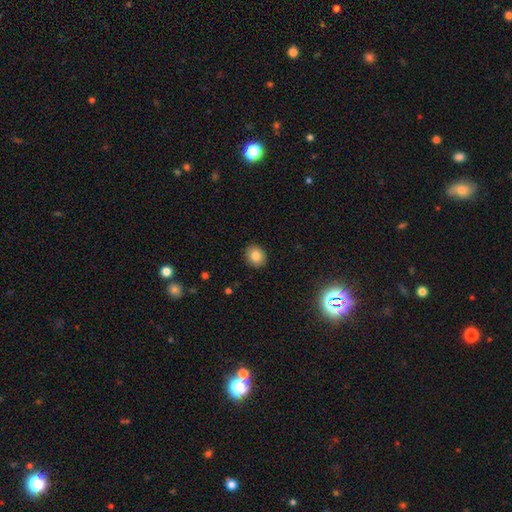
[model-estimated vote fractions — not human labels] Smooth or featured? Predicted: smooth (p=0.81). How rounded? Predicted: round (p=0.65). Merging? Predicted: none (p=0.90).